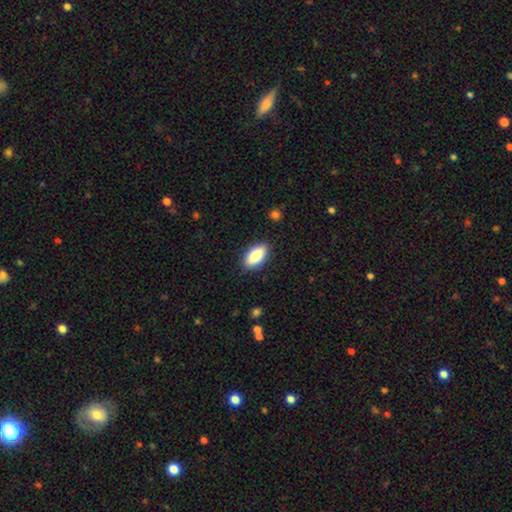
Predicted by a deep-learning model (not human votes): Smooth or featured: smooth — 81% (featured or disk — 12%)
How rounded: in between — 89% (cigar-shaped — 8%)
Merging: none — 88% (minor disturbance — 9%)